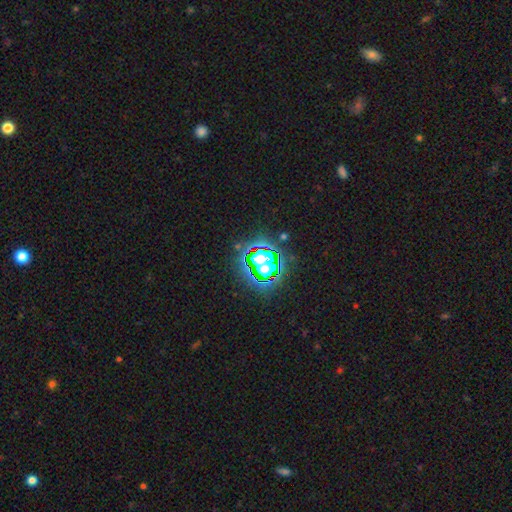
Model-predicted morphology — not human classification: type=star or artifact (68%).